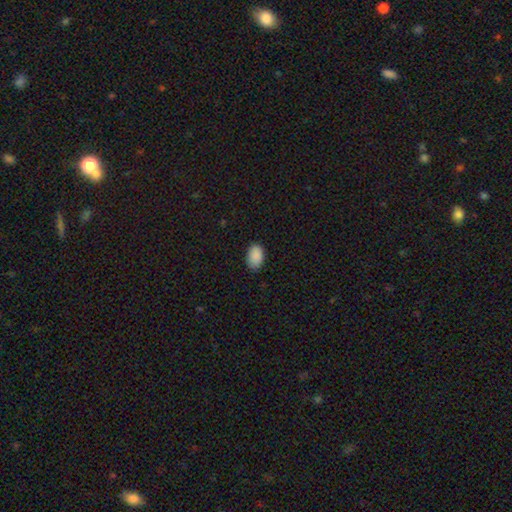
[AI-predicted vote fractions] Smooth or featured? smooth (90%)
How rounded? in between (90%)
Merging? none (85%)